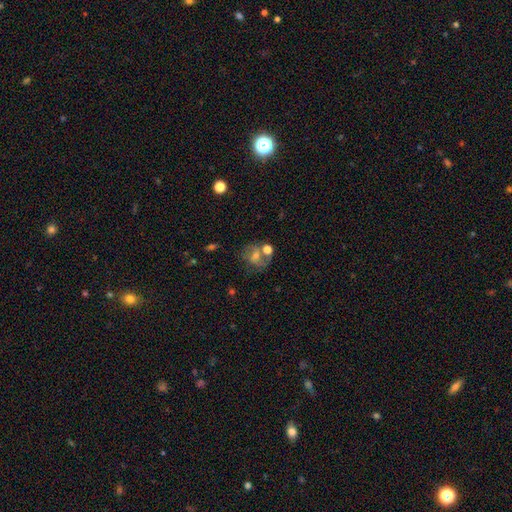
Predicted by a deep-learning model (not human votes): Smooth or featured: smooth — 44% (tied with featured or disk — 44%)
Merging: none — 45% (merger — 26%)